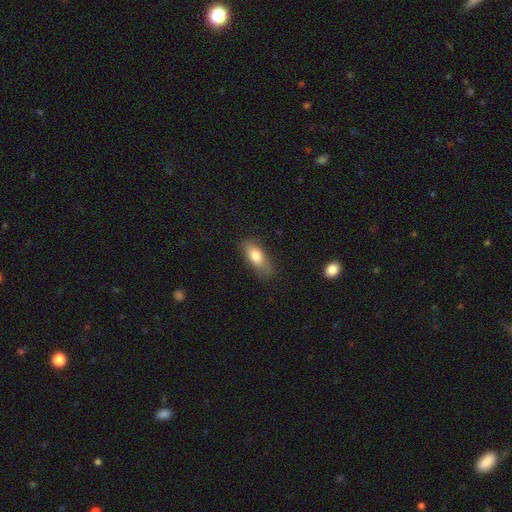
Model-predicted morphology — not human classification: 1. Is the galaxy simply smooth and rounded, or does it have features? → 77% smooth, 16% featured or disk, 7% star or artifact.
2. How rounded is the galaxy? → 78% in between, 18% cigar-shaped, 4% round.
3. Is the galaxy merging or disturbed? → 73% none, 20% minor disturbance, 5% major disturbance, 1% merger.